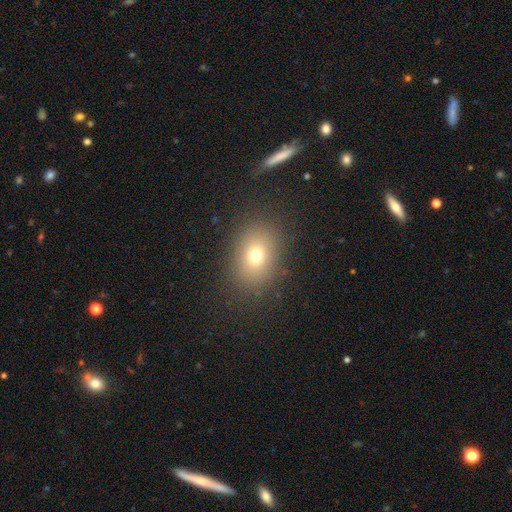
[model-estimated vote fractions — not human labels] A smooth galaxy with no disk features (73%) that is in between round and cigar-shaped (67%). Merging: none (85%).